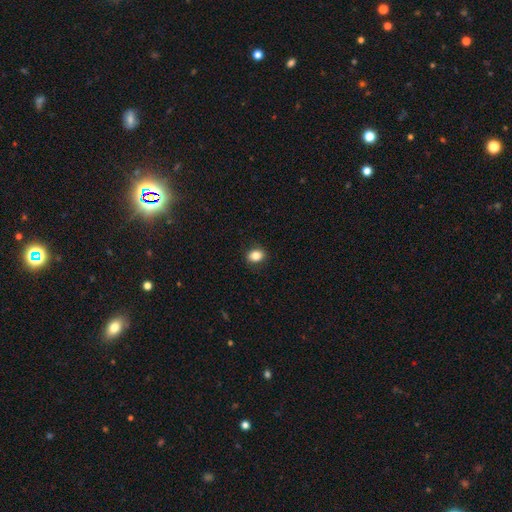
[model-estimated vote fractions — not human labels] Overall: smooth (85%). How rounded: in between (55%; round 44%). Merging: none (88%).